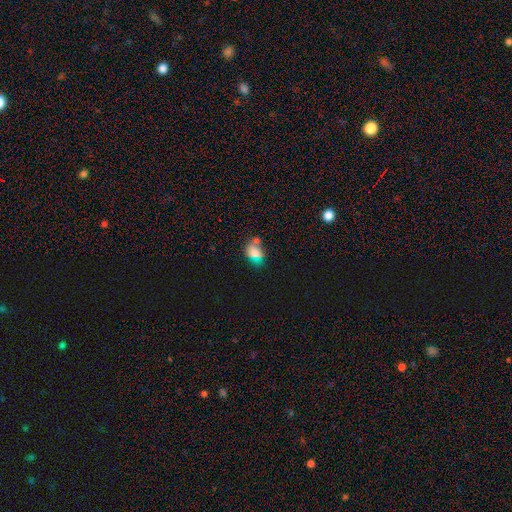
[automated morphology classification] A smooth galaxy with no disk features (67%) that is in between round and cigar-shaped (75%). Merging: none (36%).